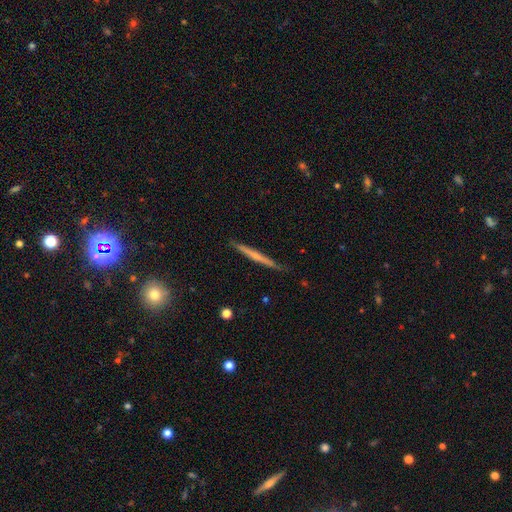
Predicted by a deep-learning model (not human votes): Q: Smooth or featured?
A: featured or disk (62%); runner-up: smooth (32%)
Q: Edge-on disk?
A: yes (98%); runner-up: no (2%)
Q: Edge-on bulge?
A: rounded (47%); tied with: none (47%)
Q: Merging?
A: none (87%); runner-up: minor disturbance (10%)